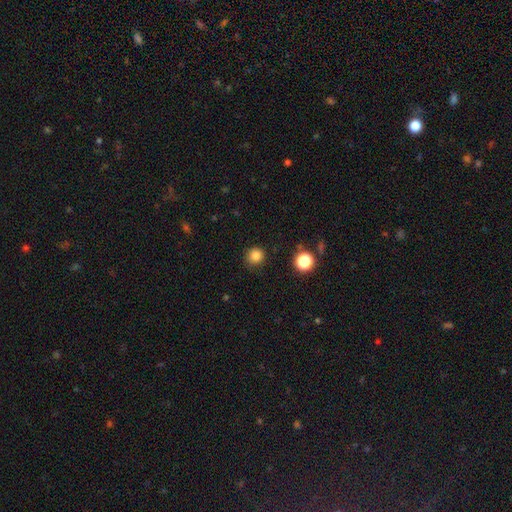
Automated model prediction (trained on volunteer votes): Smooth or featured? smooth (83%)
How rounded? round (91%)
Merging? none (88%)